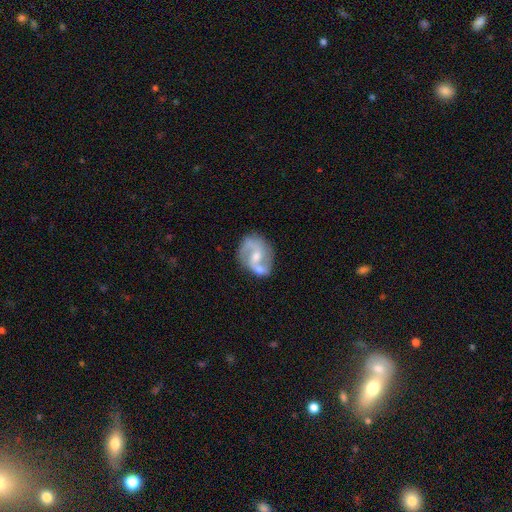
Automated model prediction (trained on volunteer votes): This is likely a featured or disk galaxy (75%). It is clearly not viewed edge-on (98%). Bar: possibly weak (47%). Spiral arm pattern: clearly yes (85%). Spiral arm count: clearly 2 (86%). Spiral winding: possibly medium (45%). Central bulge: possibly moderate (51%). Merging: possibly none (49%).